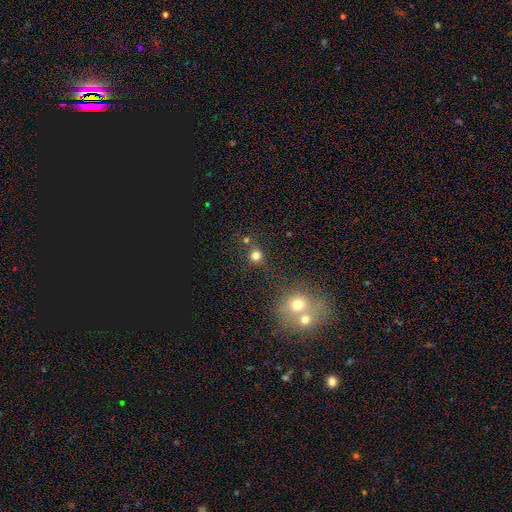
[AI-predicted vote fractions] This appears to be a smooth galaxy with no disk features (74%) that is round (91%). Merging: none (78%).